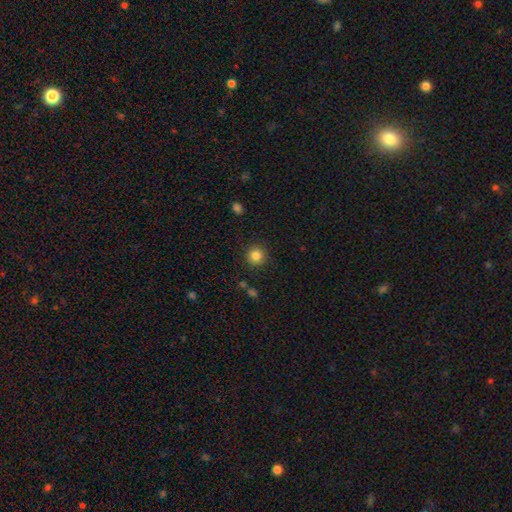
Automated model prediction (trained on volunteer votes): smooth_or_featured: smooth (p=0.84) [alt: star or artifact p=0.11]
how_rounded: round (p=0.94) [alt: in between p=0.05]
merging: none (p=0.89) [alt: minor disturbance p=0.07]